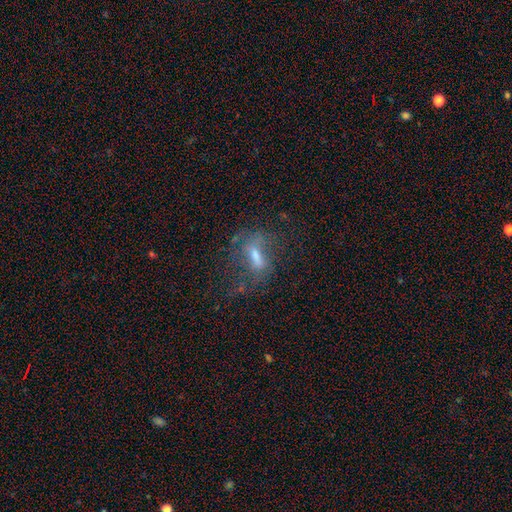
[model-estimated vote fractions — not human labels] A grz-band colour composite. It shows a featured or disk galaxy (52%). Merging: none (46%).